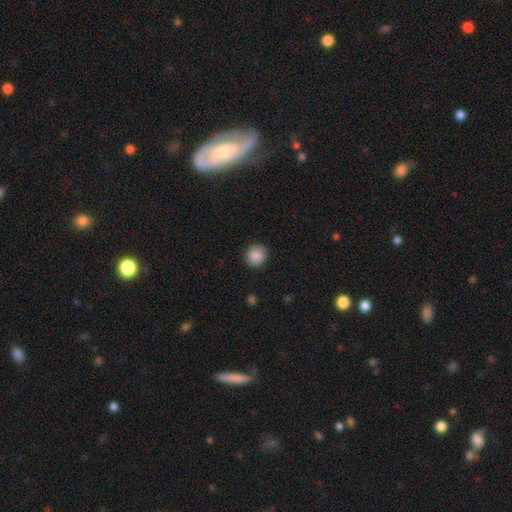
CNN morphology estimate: smooth-or-featured: smooth: 88% | star or artifact: 8% | featured or disk: 4%
  how-rounded: round: 83% | in between: 16% | cigar-shaped: 1%
  merging: none: 87% | minor disturbance: 9% | major disturbance: 2% | merger: 1%